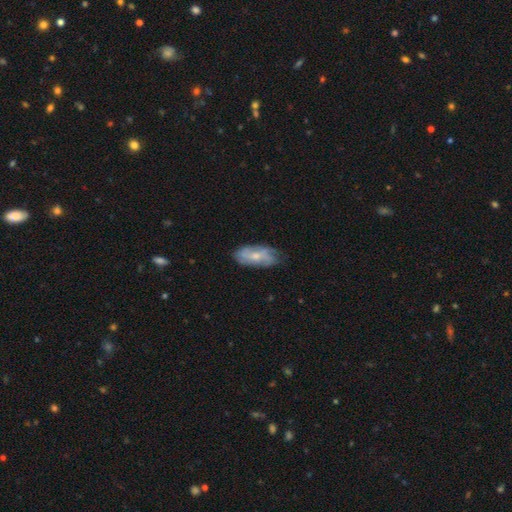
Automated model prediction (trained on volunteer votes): The model was most divided on "smooth or featured": featured or disk: 52%, smooth: 41%, star or artifact: 7%. More confident: edge-on disk — no (90%); merging — none (68%).